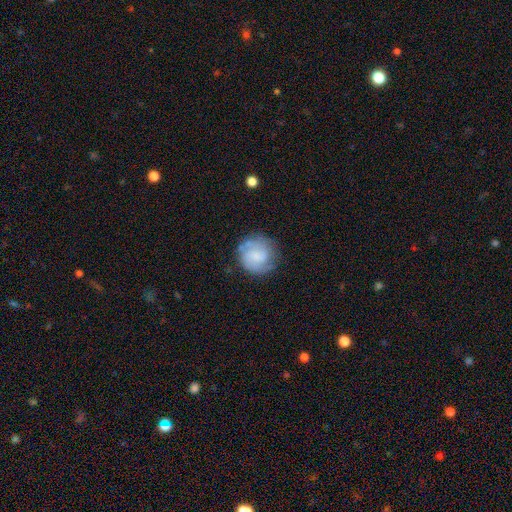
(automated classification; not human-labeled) Smooth or featured?
  - featured or disk: 52% *
  - smooth: 40%
  - star or artifact: 8%
Edge-on disk?
  - no: 98% *
  - yes: 2%
Bar?
  - no: 51% *
  - weak: 40%
  - strong: 8%
Spiral arms?
  - yes: 84% *
  - no: 16%
Bulge size?
  - none: 37% *
  - small: 31%
  - moderate: 22%
  - large: 8%
  - dominant: 2%
Merging?
  - none: 70% *
  - minor disturbance: 19%
  - major disturbance: 9%
  - merger: 3%